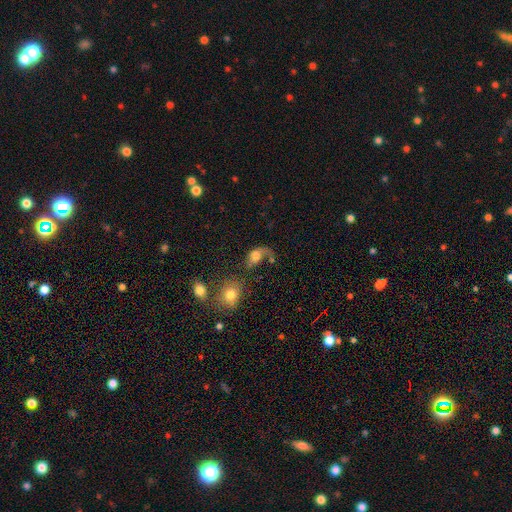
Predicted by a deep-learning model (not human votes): This appears to be a smooth galaxy with no disk features (56%) that is in between round and cigar-shaped (73%). Merging: major disturbance (42%).